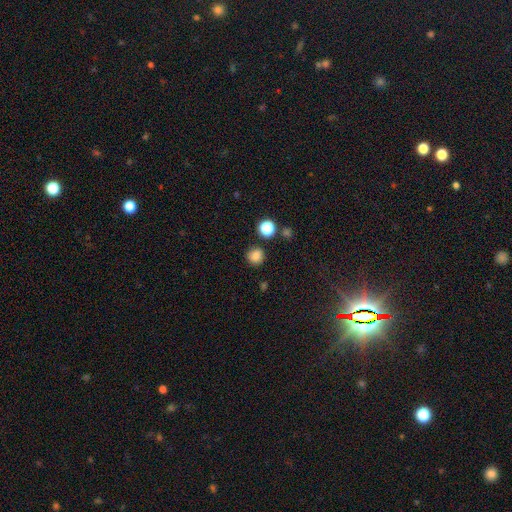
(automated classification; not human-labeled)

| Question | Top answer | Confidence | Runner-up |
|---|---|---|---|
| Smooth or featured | smooth | 83% | star or artifact (13%) |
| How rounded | round | 89% | in between (10%) |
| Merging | none | 84% | minor disturbance (10%) |